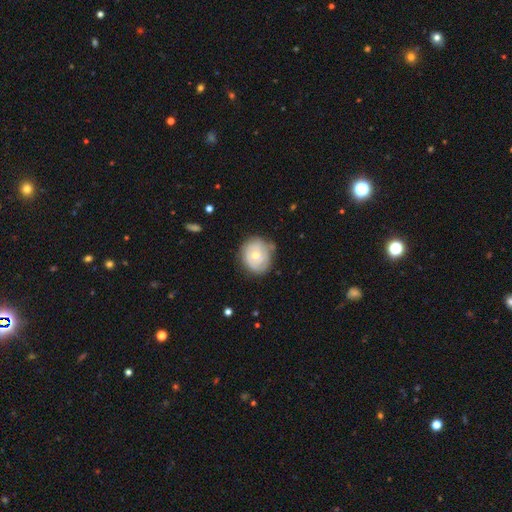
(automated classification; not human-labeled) smooth_or_featured: smooth (p=0.47) [alt: featured or disk p=0.46]
merging: none (p=0.63) [alt: minor disturbance p=0.26]